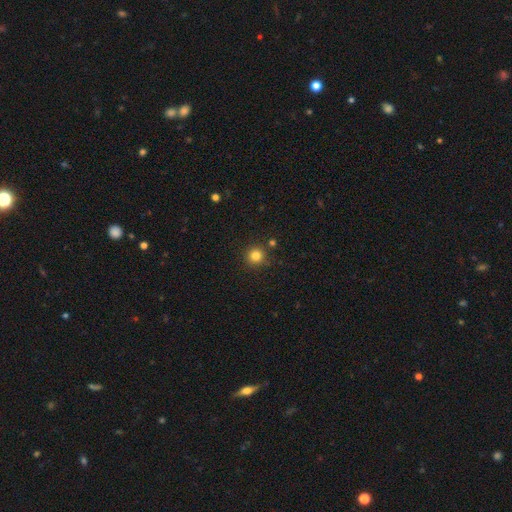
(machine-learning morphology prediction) type=smooth (82%); roundness=round (95%); merging=none (86%).